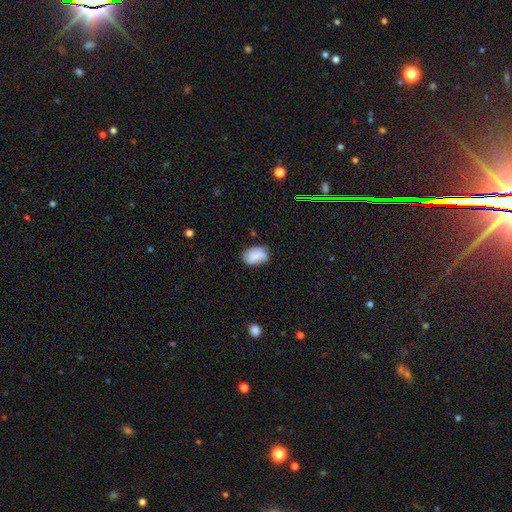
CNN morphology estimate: A smooth galaxy with no disk features (82%) that is in between round and cigar-shaped (85%). Merging: none (60%).